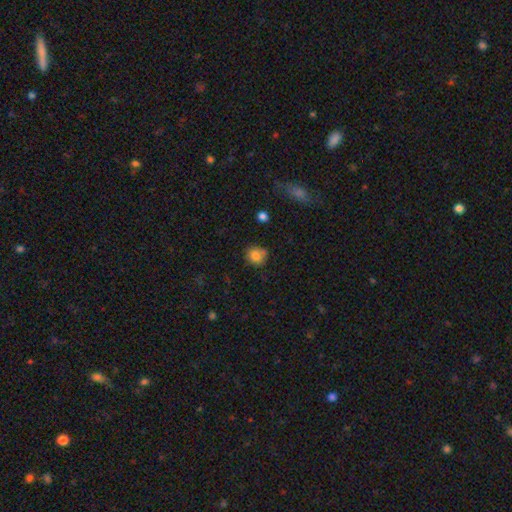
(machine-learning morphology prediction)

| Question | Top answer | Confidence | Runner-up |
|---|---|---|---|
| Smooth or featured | smooth | 81% | star or artifact (10%) |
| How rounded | round | 83% | in between (16%) |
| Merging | none | 69% | minor disturbance (22%) |